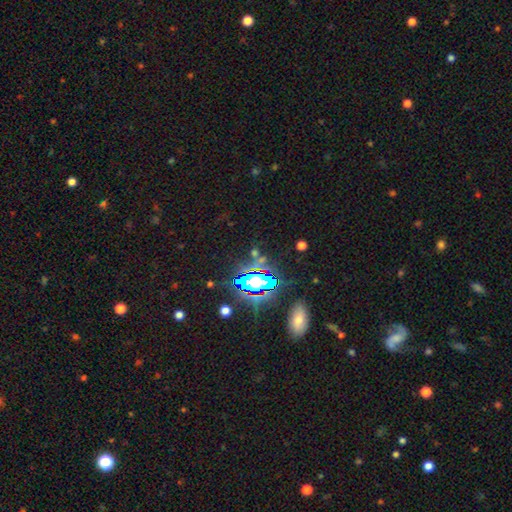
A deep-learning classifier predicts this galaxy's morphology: Smooth or featured?
  - star or artifact: 71% *
  - smooth: 18%
  - featured or disk: 11%